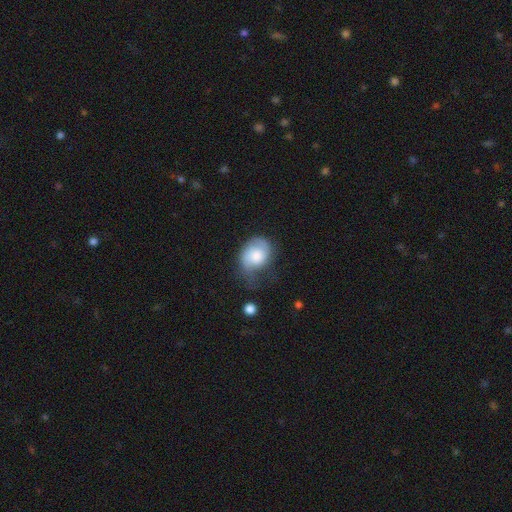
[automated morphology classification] A smooth galaxy with no disk features (52%) that is in between round and cigar-shaped (56%). Merging: minor disturbance (37%).